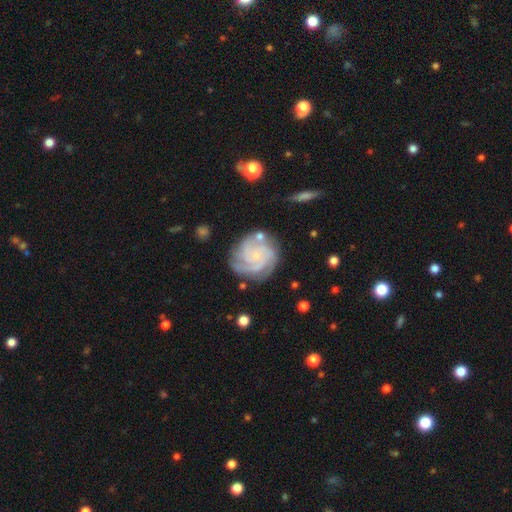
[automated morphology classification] featured or disk 87%, smooth 8%, star or artifact 5%. Down the decision tree: edge-on disk — no (98%); bar — no (74%); spiral arms — yes (98%); spiral arm count — 3 (43%); spiral winding — tight (65%); bulge size — small (76%); merging — none (73%).